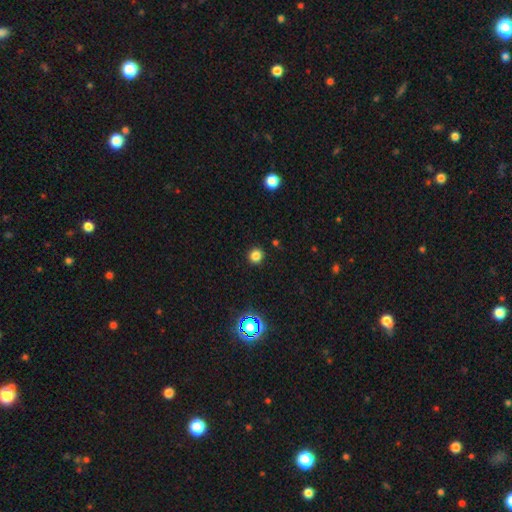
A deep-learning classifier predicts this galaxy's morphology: Overall: smooth (82%). How rounded: round (92%). Merging: none (91%).